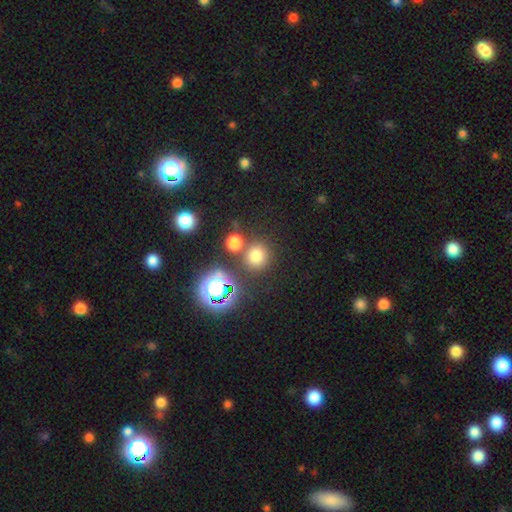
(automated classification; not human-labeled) Morphology: type=smooth (69%); roundness=round (88%); merging=none (73%).